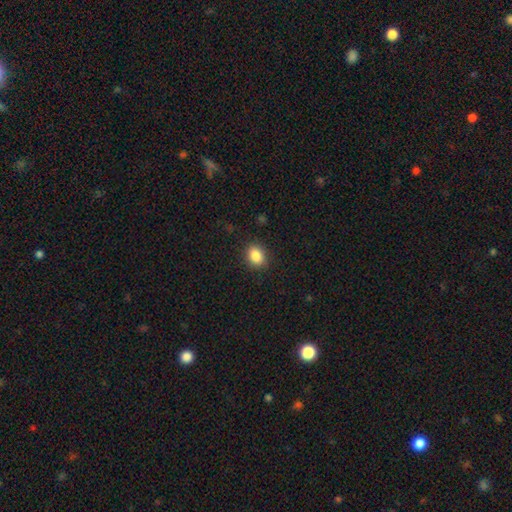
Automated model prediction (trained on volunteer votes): Smooth or featured? smooth (86%)
How rounded? in between (53%)
Merging? none (88%)